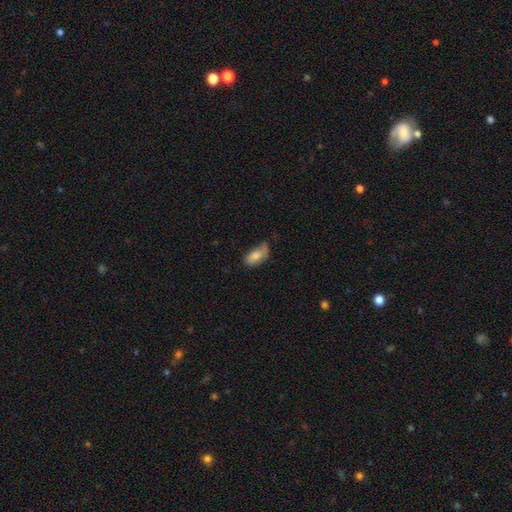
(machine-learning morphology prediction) The model was most divided on "merging": minor disturbance: 41%, none: 40%, major disturbance: 16%, merger: 3%. More confident: how rounded — in between (92%); smooth or featured — smooth (76%).